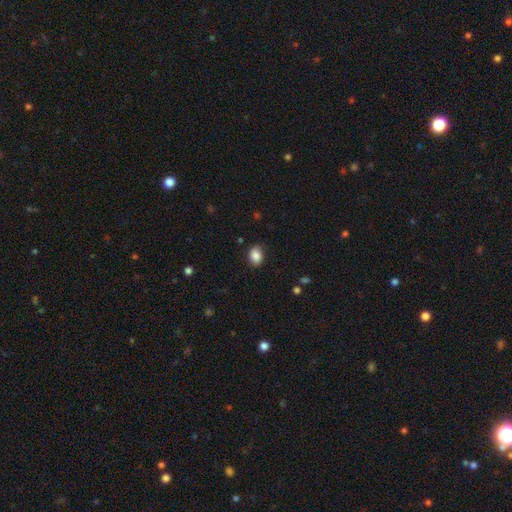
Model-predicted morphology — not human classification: smooth 85%, star or artifact 8%, featured or disk 7%. Down the decision tree: how rounded — in between (67%); merging — none (81%).